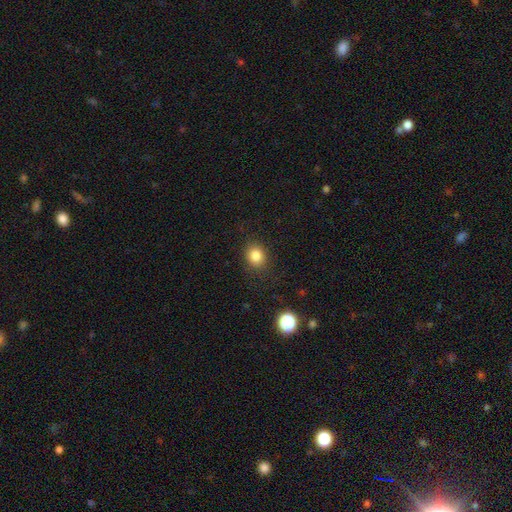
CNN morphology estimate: A smooth galaxy with no disk features (83%) that is round (68%).

Vote fractions:
- Smooth or featured? smooth: 83% / star or artifact: 12% / featured or disk: 6%
- How rounded? round: 68% / in between: 31% / cigar-shaped: 1%
- Merging? none: 87% / minor disturbance: 9% / major disturbance: 3% / merger: 1%